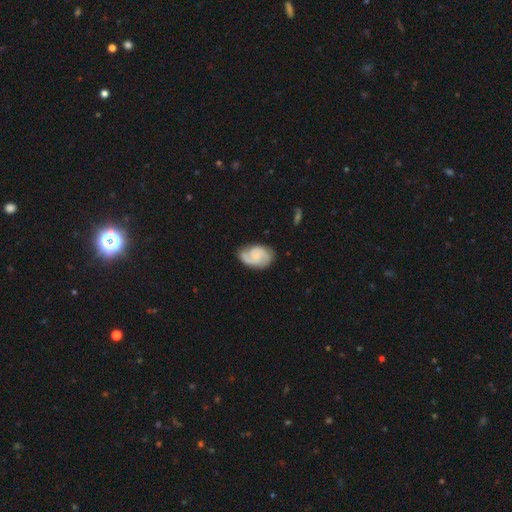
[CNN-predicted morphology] Smooth or featured? featured or disk (72%)
Edge-on disk? no (97%)
Bar? no (61%)
Spiral arms? yes (95%)
Spiral winding? medium (46%)
Spiral arm count? 2 (69%)
Bulge size? small (56%)
Merging? none (66%)